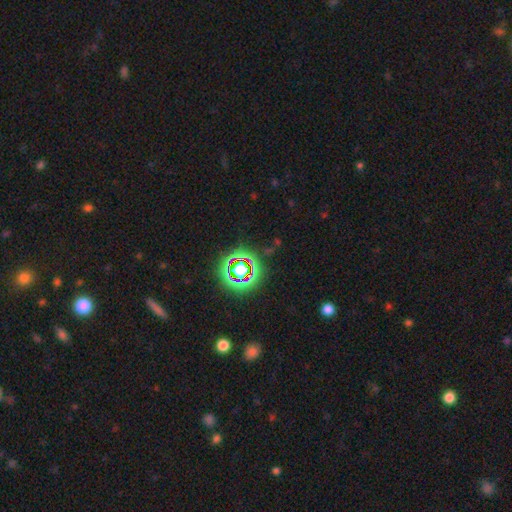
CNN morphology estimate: This is likely a star or artifact rather than a galaxy (77%).